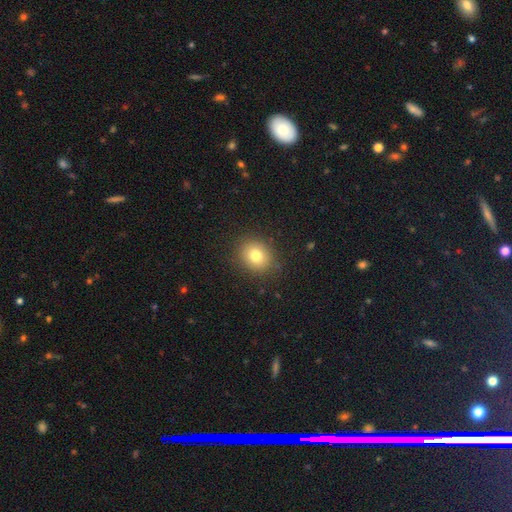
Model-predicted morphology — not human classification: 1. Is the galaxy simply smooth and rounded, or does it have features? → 78% smooth, 12% star or artifact, 10% featured or disk.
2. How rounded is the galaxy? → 73% round, 26% in between, 1% cigar-shaped.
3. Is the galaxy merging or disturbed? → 86% none, 9% minor disturbance, 3% major disturbance, 1% merger.